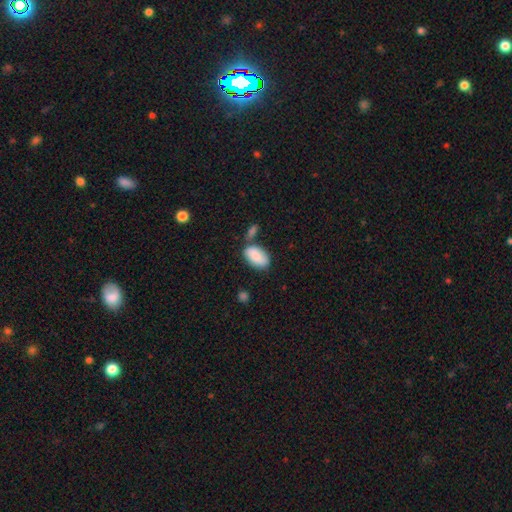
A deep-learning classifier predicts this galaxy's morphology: This is clearly a smooth galaxy (87%). How rounded: clearly in between (94%). Merging: possibly none (59%).